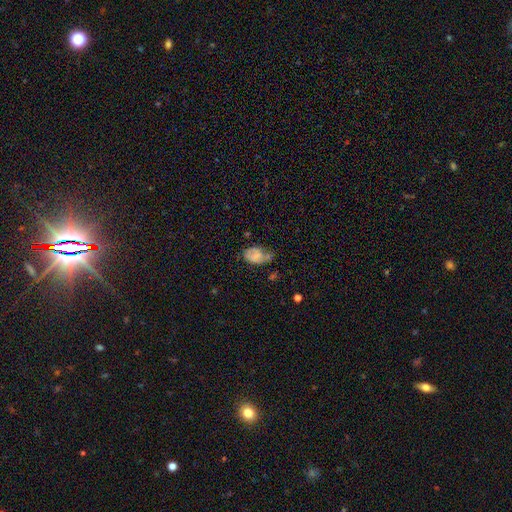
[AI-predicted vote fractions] smooth_or_featured: smooth (p=0.63) [alt: featured or disk p=0.26]
how_rounded: in between (p=0.84) [alt: round p=0.15]
merging: minor disturbance (p=0.37) [alt: none p=0.34]